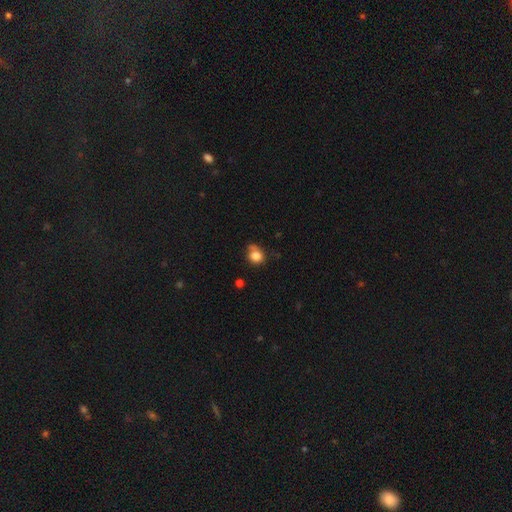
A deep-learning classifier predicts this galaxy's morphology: Smooth or featured?
  - smooth: 80% *
  - star or artifact: 11%
  - featured or disk: 9%
How rounded?
  - round: 66% *
  - in between: 33%
  - cigar-shaped: 1%
Merging?
  - none: 53% *
  - minor disturbance: 29%
  - major disturbance: 11%
  - merger: 7%